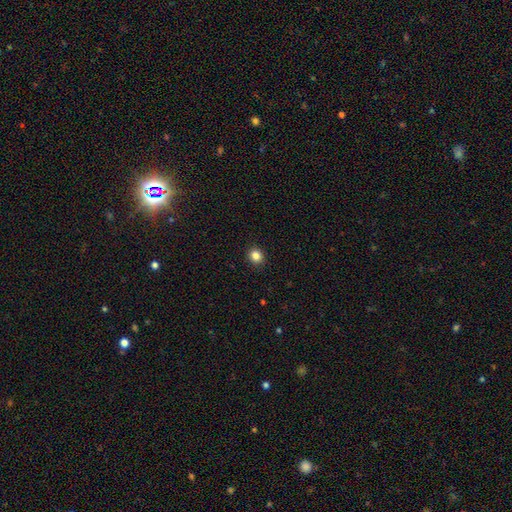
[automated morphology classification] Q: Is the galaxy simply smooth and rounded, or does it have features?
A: smooth — 85%.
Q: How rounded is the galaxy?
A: round — 79%.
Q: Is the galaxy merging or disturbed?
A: none — 92%.